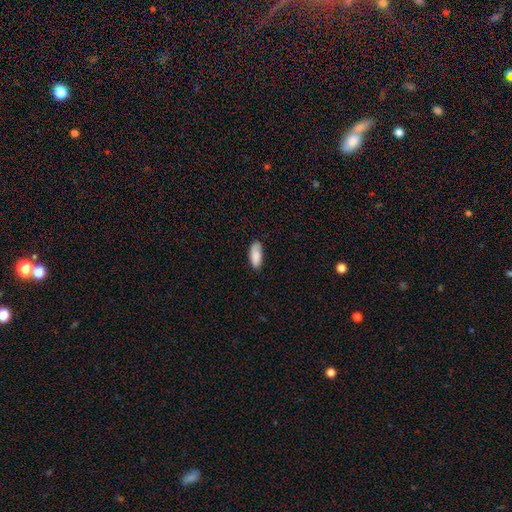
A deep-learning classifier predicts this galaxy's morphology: Smooth or featured?
  - smooth: 88% *
  - star or artifact: 6%
  - featured or disk: 6%
How rounded?
  - in between: 82% *
  - cigar-shaped: 16%
  - round: 2%
Merging?
  - none: 77% *
  - minor disturbance: 19%
  - major disturbance: 3%
  - merger: 1%